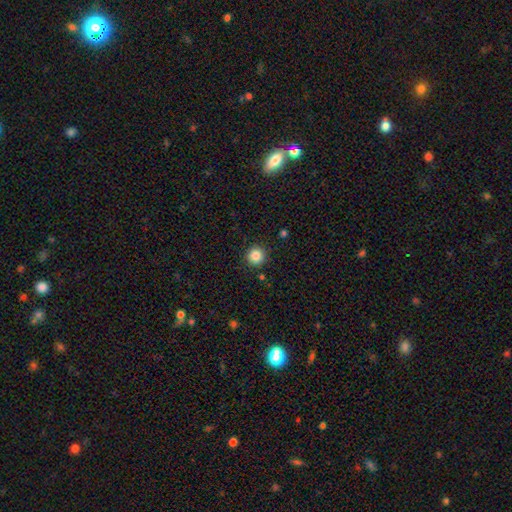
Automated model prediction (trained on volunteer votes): Q: Smooth or featured?
A: smooth (85%); runner-up: star or artifact (11%)
Q: How rounded?
A: round (95%); runner-up: in between (4%)
Q: Merging?
A: none (91%); runner-up: minor disturbance (6%)